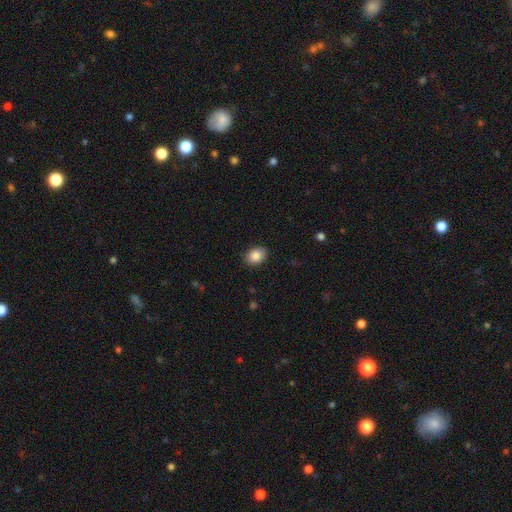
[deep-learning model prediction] A smooth galaxy with no disk features (87%) that is in between round and cigar-shaped (68%).

Vote fractions:
- Smooth or featured? smooth: 87% / star or artifact: 8% / featured or disk: 5%
- How rounded? in between: 68% / round: 31% / cigar-shaped: 1%
- Merging? none: 88% / minor disturbance: 9% / major disturbance: 2% / merger: 1%